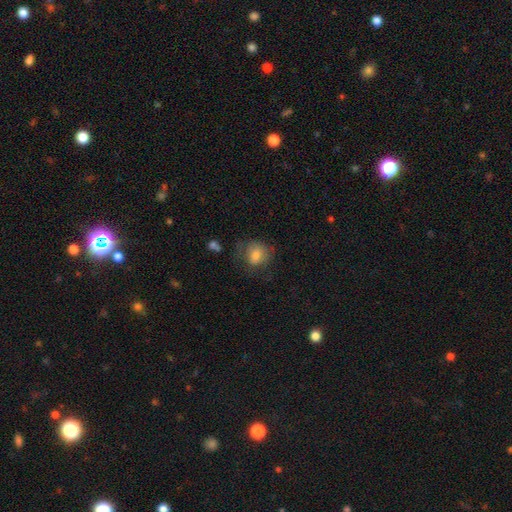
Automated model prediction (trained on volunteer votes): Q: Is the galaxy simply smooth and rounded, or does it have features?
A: smooth — 75%.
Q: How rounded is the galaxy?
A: round — 60%.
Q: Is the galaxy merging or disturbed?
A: none — 52%.